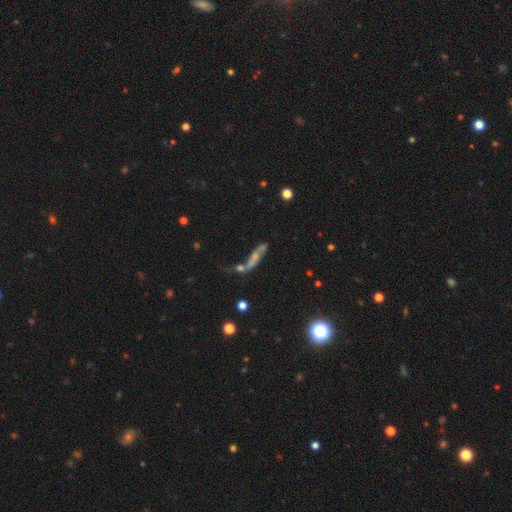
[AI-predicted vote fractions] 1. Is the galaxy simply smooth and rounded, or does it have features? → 45% featured or disk, 34% smooth, 21% star or artifact.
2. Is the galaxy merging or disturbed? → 33% none (tied), 33% merger (tied), 19% major disturbance, 15% minor disturbance.